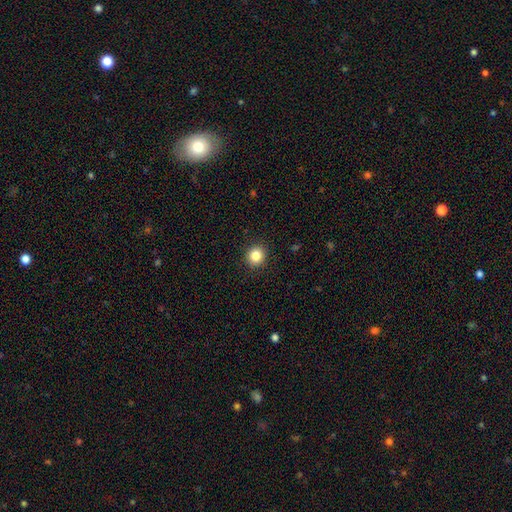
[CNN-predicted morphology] Overall: smooth (84%). How rounded: round (88%). Merging: none (92%).